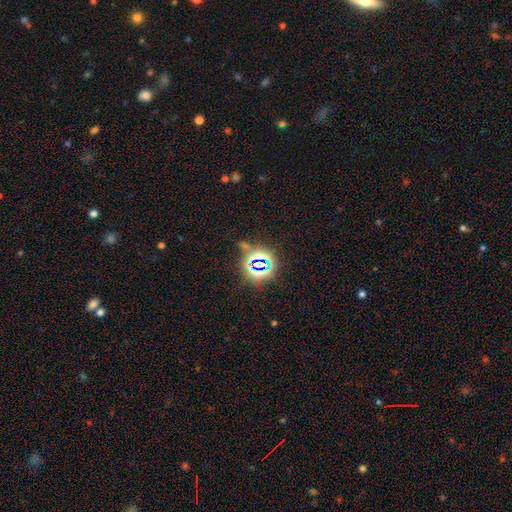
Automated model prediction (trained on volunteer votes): This is likely a star or artifact rather than a galaxy (78%).